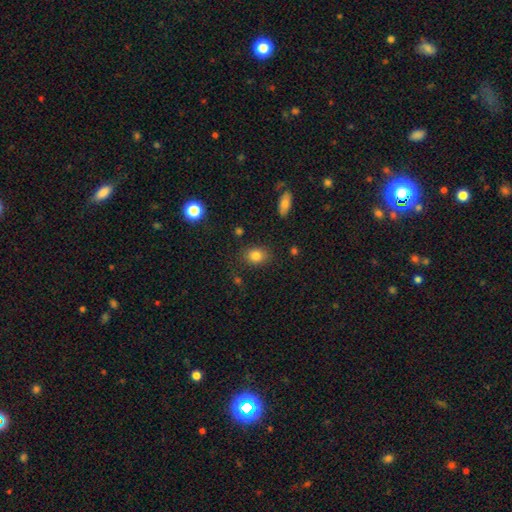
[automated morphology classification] smooth 82%, star or artifact 11%, featured or disk 7%. Down the decision tree: how rounded — in between (53%); merging — none (81%).